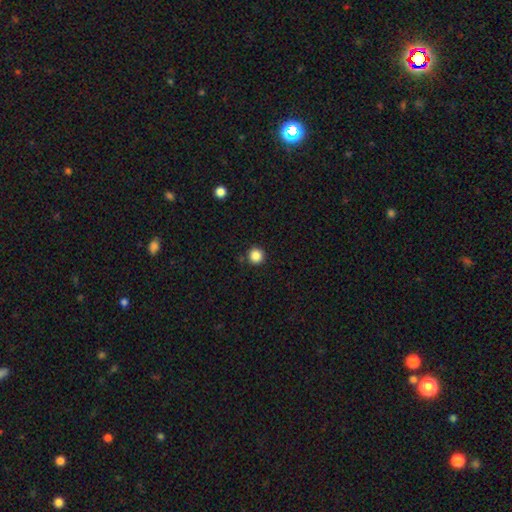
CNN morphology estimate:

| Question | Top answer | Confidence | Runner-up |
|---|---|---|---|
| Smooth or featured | smooth | 87% | star or artifact (11%) |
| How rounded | round | 95% | in between (4%) |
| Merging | none | 91% | minor disturbance (6%) |